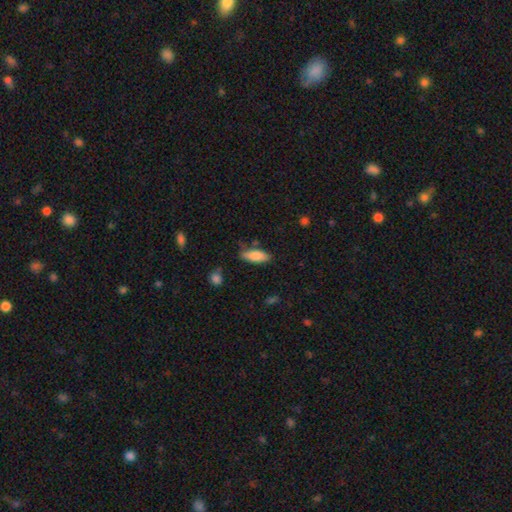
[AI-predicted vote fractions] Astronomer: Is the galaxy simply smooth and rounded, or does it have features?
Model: smooth — 81%.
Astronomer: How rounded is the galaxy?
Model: in between — 72%.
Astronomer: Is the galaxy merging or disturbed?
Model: none — 71%.